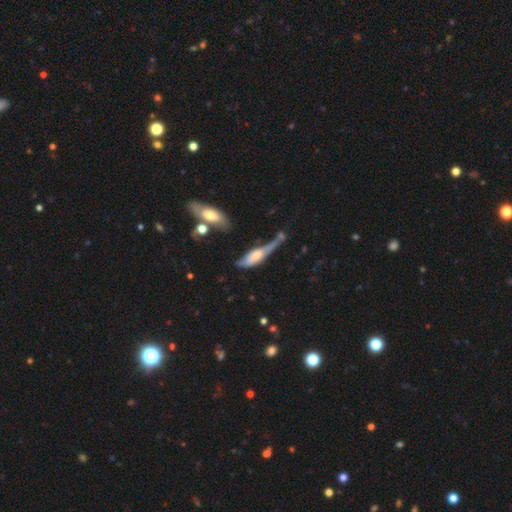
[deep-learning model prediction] Smooth or featured? Predicted: smooth (p=0.54). How rounded? Predicted: cigar-shaped (p=0.53). Merging? Predicted: minor disturbance (p=0.29).